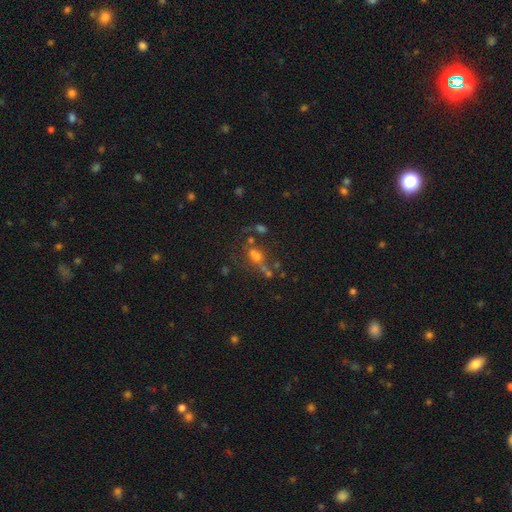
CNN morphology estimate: smooth-or-featured: smooth: 49% | featured or disk: 26% | star or artifact: 25%
  merging: none: 39% | merger: 28% | major disturbance: 19% | minor disturbance: 15%